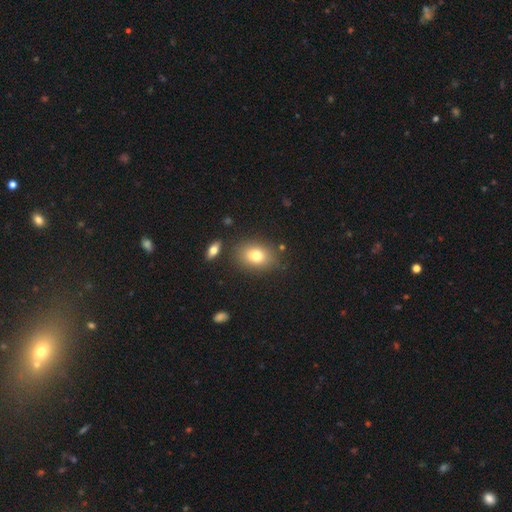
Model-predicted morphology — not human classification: Overall: smooth (77%). How rounded: in between (70%). Merging: none (81%).